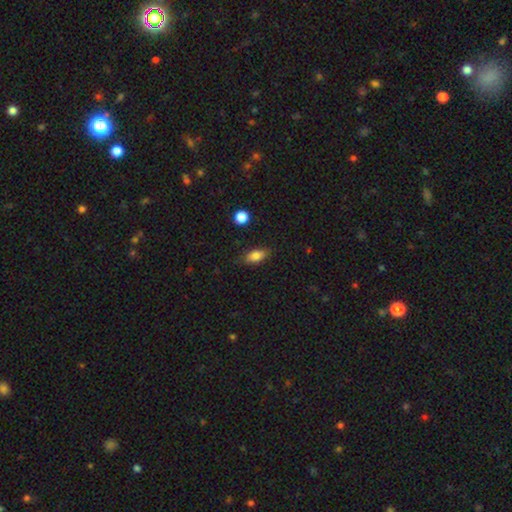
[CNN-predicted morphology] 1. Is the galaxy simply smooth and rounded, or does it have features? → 81% smooth, 11% featured or disk, 8% star or artifact.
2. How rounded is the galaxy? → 84% in between, 10% cigar-shaped, 6% round.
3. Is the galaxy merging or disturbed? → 82% none, 13% minor disturbance, 3% major disturbance, 1% merger.